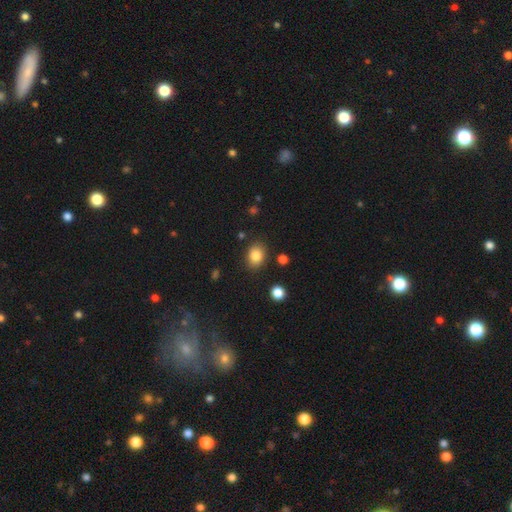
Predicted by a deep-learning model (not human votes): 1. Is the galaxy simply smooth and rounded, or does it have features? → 84% smooth, 10% star or artifact, 6% featured or disk.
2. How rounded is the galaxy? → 62% in between, 37% round, 1% cigar-shaped.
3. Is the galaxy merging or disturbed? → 83% none, 11% minor disturbance, 3% major disturbance, 3% merger.